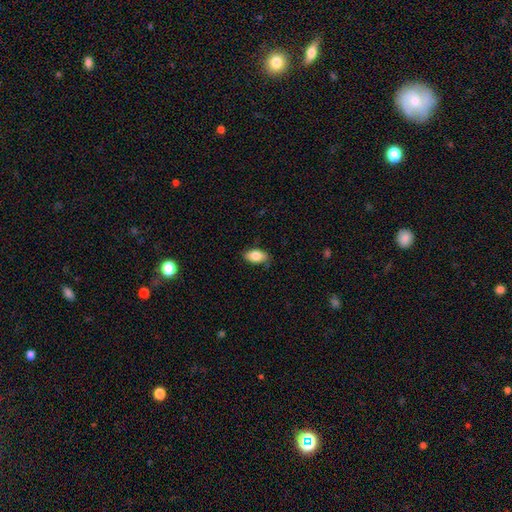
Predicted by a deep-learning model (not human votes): A smooth galaxy with no disk features (82%) that is in between round and cigar-shaped (92%). Merging: none (76%).